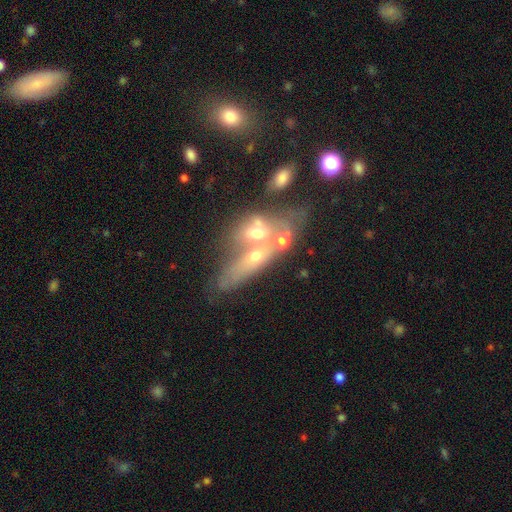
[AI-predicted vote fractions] Q: Smooth or featured?
A: smooth (43%); tied with: featured or disk (43%)
Q: Merging?
A: merger (63%); runner-up: none (18%)